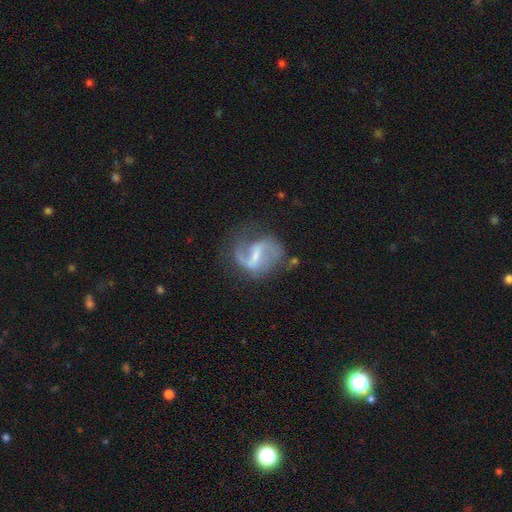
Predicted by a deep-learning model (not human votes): A featured or disk galaxy (85%) with a weak bar (50%), 2 (83%) loose (51%) spiral arms (94%) and a small central bulge (56%). Merging: none (62%).